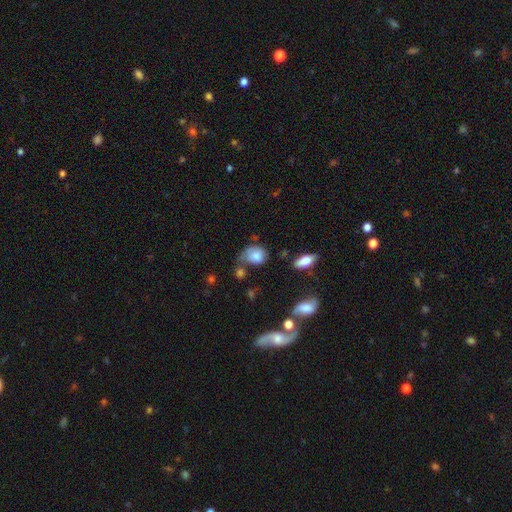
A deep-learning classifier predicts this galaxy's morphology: Q: Smooth or featured?
A: smooth (77%); runner-up: featured or disk (14%)
Q: How rounded?
A: in between (57%); runner-up: round (42%)
Q: Merging?
A: none (36%); runner-up: minor disturbance (34%)